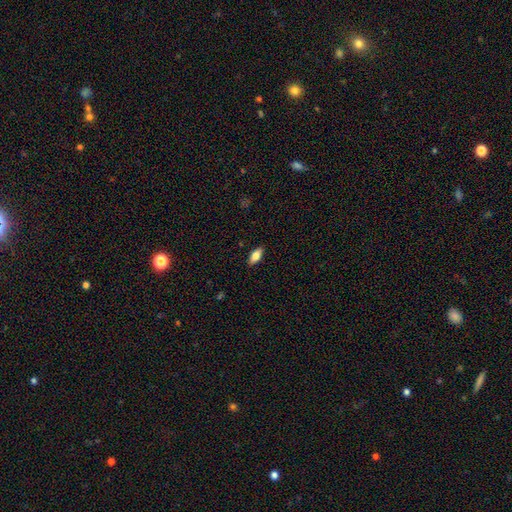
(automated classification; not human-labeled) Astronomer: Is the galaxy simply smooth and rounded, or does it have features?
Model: smooth — 77%.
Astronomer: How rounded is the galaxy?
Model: in between — 85%.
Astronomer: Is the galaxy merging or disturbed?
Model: none — 89%.